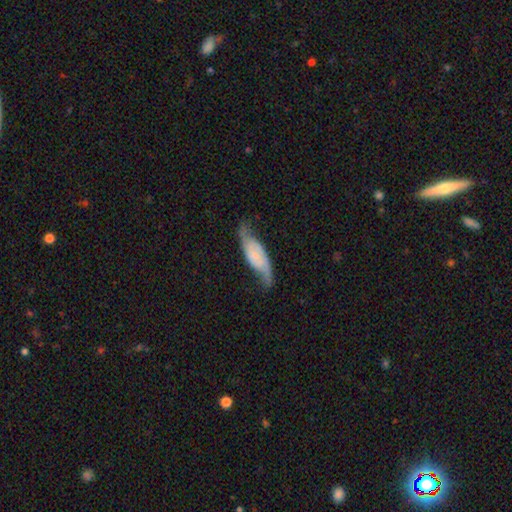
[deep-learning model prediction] Smooth or featured: featured or disk — 72% (smooth — 22%)
Edge-on disk: no — 87% (yes — 13%)
Bar: no — 61% (weak — 29%)
Spiral arms: yes — 93% (no — 7%)
Spiral winding: loose — 48% (medium — 36%)
Spiral arm count: 2 — 88% (can't tell — 6%)
Bulge size: small — 55% (none — 23%)
Merging: none — 65% (minor disturbance — 23%)